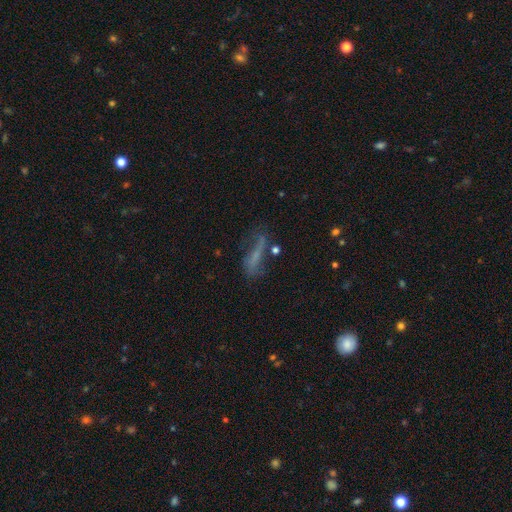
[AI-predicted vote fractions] featured or disk 44%, smooth 40%, star or artifact 16%. Down the decision tree: merging — none (49%).